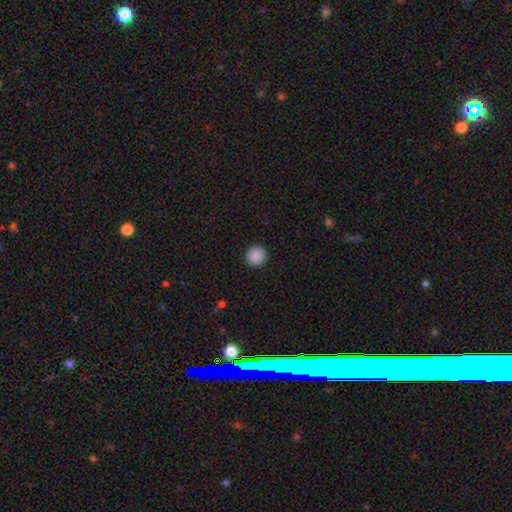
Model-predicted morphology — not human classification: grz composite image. It shows a smooth galaxy with no disk features (89%) that is round (94%). Merging: none (93%).